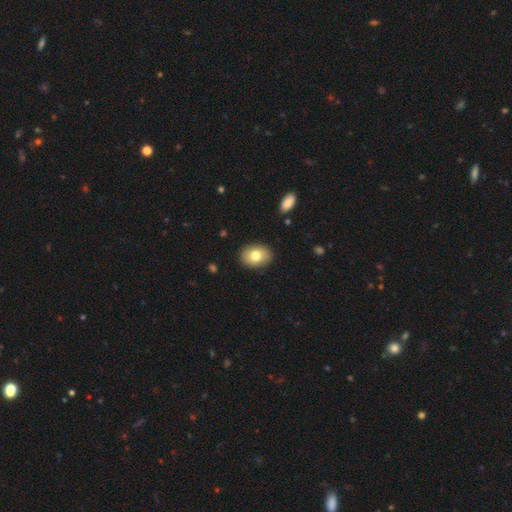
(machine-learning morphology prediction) A smooth galaxy with no disk features (79%) that is in between round and cigar-shaped (72%).

Vote fractions:
- Smooth or featured? smooth: 79% / featured or disk: 13% / star or artifact: 7%
- How rounded? in between: 72% / round: 26% / cigar-shaped: 1%
- Merging? none: 88% / minor disturbance: 9% / major disturbance: 2% / merger: 1%